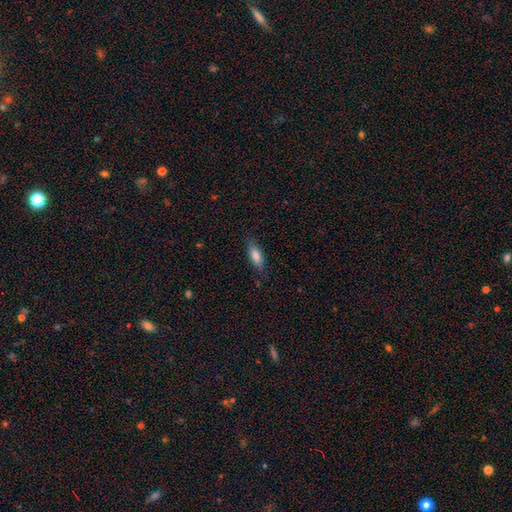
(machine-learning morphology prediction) Smooth or featured?
  - smooth: 82% *
  - featured or disk: 11%
  - star or artifact: 7%
How rounded?
  - in between: 72% *
  - cigar-shaped: 26%
  - round: 2%
Merging?
  - none: 81% *
  - minor disturbance: 15%
  - major disturbance: 3%
  - merger: 1%